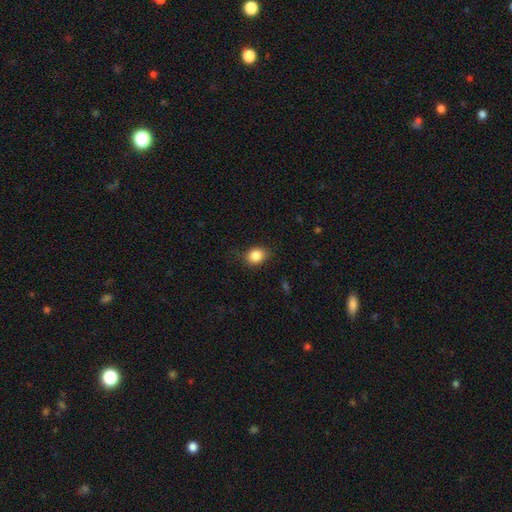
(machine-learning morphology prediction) Smooth or featured? Predicted: smooth (p=0.85). How rounded? Predicted: round (p=0.57). Merging? Predicted: none (p=0.79).